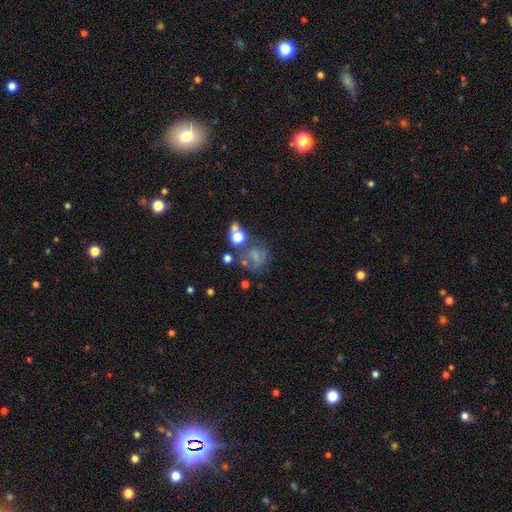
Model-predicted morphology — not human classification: type=smooth (52%); roundness=round (67%); merging=none (41%).